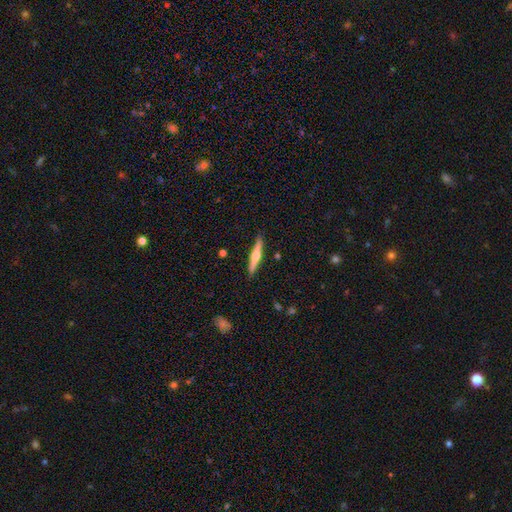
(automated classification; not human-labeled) Morphology: type=featured or disk (65%); edge-on=yes (97%); edge-on bulge=rounded (93%); merging=none (90%).